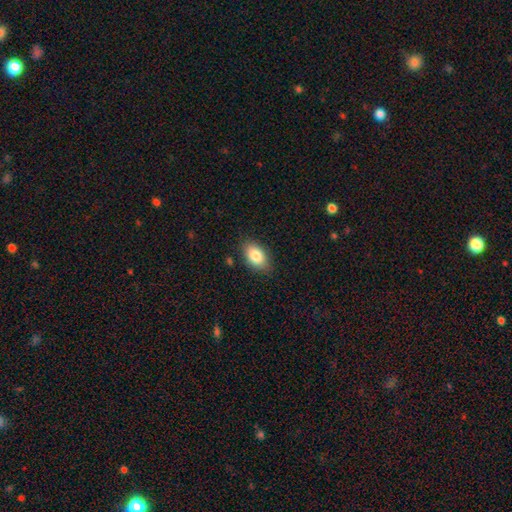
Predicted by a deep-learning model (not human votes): A smooth galaxy with no disk features (85%) that is in between round and cigar-shaped (91%).

Vote fractions:
- Smooth or featured? smooth: 85% / featured or disk: 8% / star or artifact: 7%
- How rounded? in between: 91% / round: 7% / cigar-shaped: 2%
- Merging? none: 85% / minor disturbance: 12% / major disturbance: 3% / merger: 1%